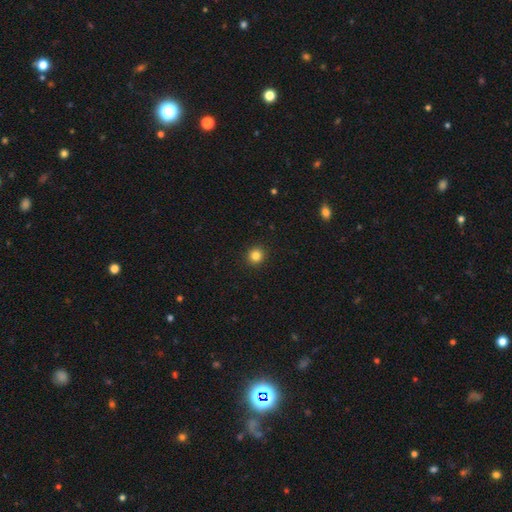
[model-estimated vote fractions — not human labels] A smooth galaxy with no disk features (84%) that is round (94%).

Vote fractions:
- Smooth or featured? smooth: 84% / star or artifact: 12% / featured or disk: 4%
- How rounded? round: 94% / in between: 5% / cigar-shaped: 1%
- Merging? none: 93% / minor disturbance: 4% / major disturbance: 2% / merger: 1%